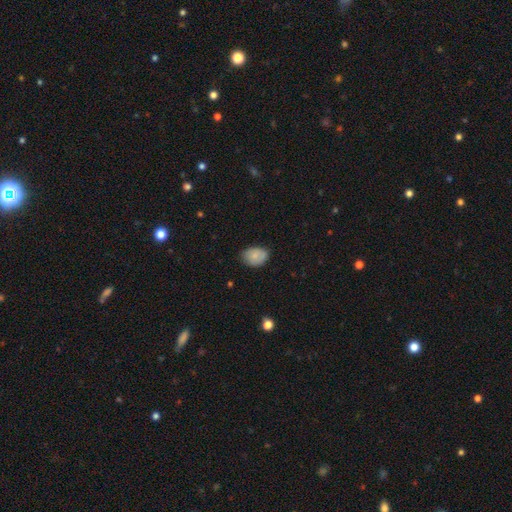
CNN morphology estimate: The model was most divided on "merging": none: 72%, minor disturbance: 23%, major disturbance: 4%, merger: 1%. More confident: smooth or featured — smooth (79%); how rounded — in between (74%).